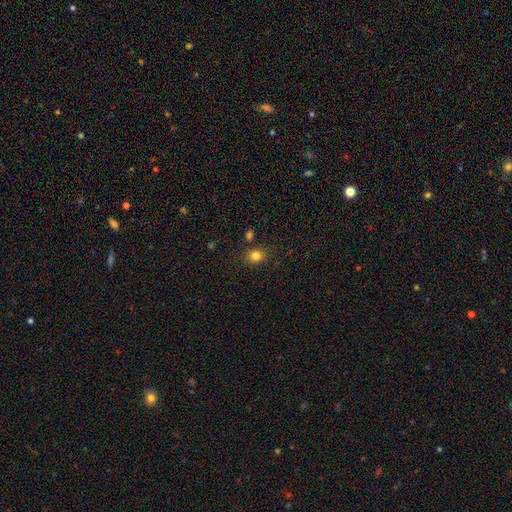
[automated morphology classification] Smooth or featured? smooth (81%)
How rounded? round (70%)
Merging? none (82%)